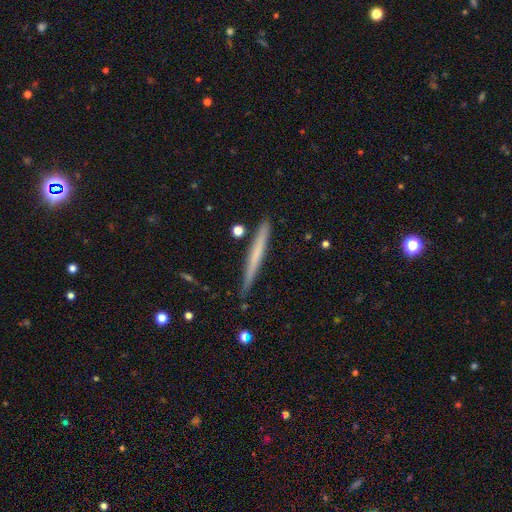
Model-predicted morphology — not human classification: A smooth galaxy with no disk features (56%) that is cigar-shaped (97%).

Vote fractions:
- Smooth or featured? smooth: 56% / featured or disk: 38% / star or artifact: 6%
- How rounded? cigar-shaped: 97% / in between: 2% / round: 1%
- Merging? none: 84% / minor disturbance: 12% / merger: 2% / major disturbance: 2%